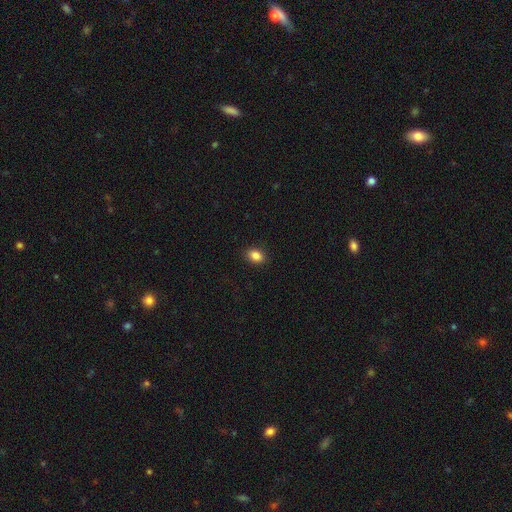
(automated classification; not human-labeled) Smooth or featured? smooth (86%)
How rounded? in between (78%)
Merging? none (89%)